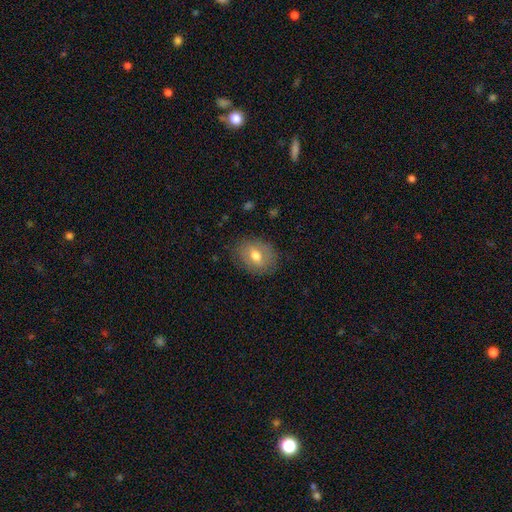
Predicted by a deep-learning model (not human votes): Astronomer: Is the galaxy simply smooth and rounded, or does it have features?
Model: smooth — 63%.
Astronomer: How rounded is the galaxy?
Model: in between — 64%.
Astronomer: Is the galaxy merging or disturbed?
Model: none — 80%.